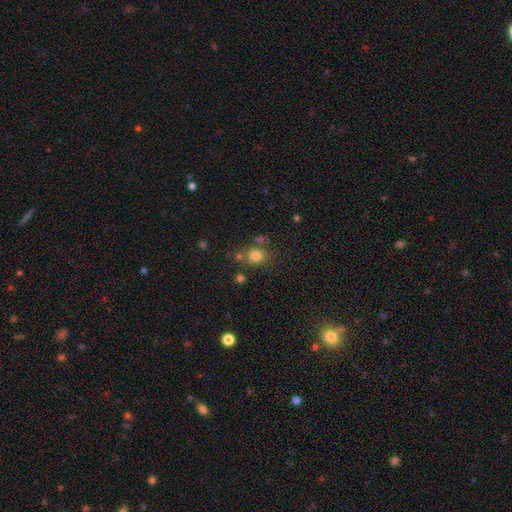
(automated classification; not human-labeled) Smooth or featured? smooth (79%)
How rounded? round (77%)
Merging? none (70%)